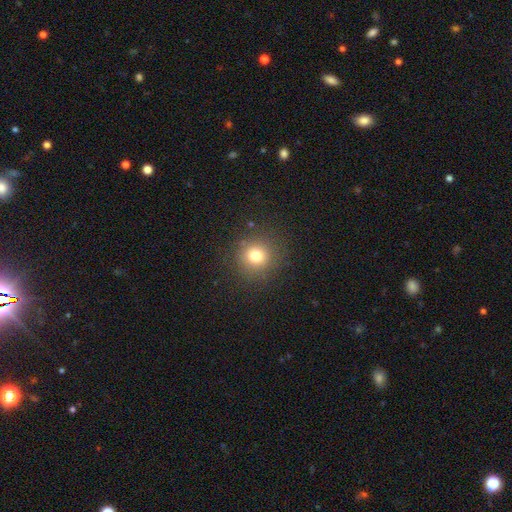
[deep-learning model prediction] Smooth or featured?
  - smooth: 76% *
  - star or artifact: 16%
  - featured or disk: 8%
How rounded?
  - round: 92% *
  - in between: 7%
  - cigar-shaped: 1%
Merging?
  - none: 88% *
  - minor disturbance: 7%
  - major disturbance: 3%
  - merger: 1%